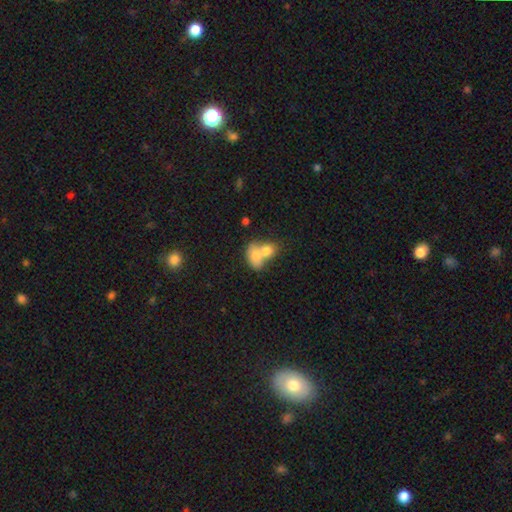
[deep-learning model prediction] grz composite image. It shows a smooth galaxy with no disk features (76%) that is in between round and cigar-shaped (78%). Merging: merger (68%).